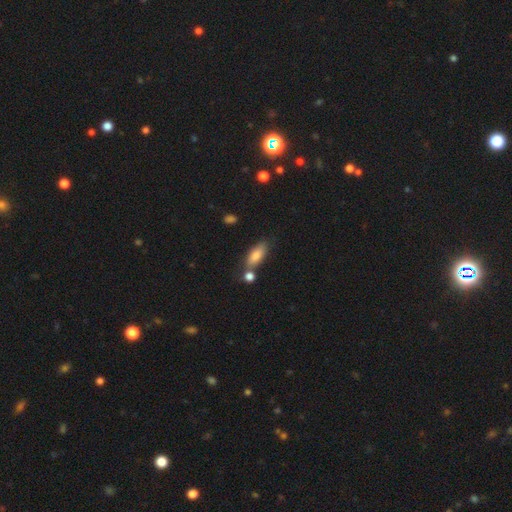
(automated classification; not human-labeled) Smooth or featured?
  - smooth: 81% *
  - featured or disk: 12%
  - star or artifact: 7%
How rounded?
  - in between: 76% *
  - cigar-shaped: 20%
  - round: 3%
Merging?
  - none: 63% *
  - merger: 18%
  - minor disturbance: 15%
  - major disturbance: 4%